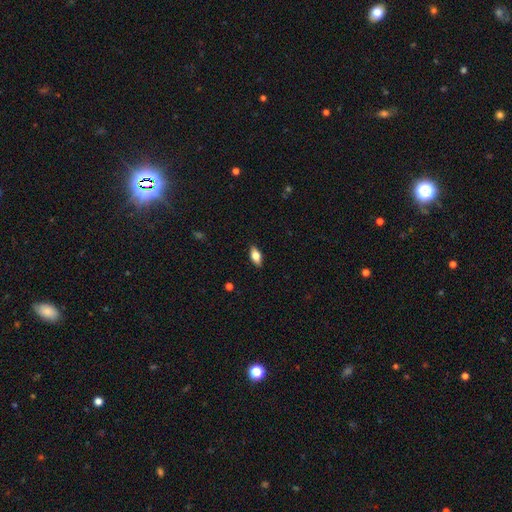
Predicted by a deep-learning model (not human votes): Overall: smooth (70%). How rounded: in between (84%). Merging: none (89%).